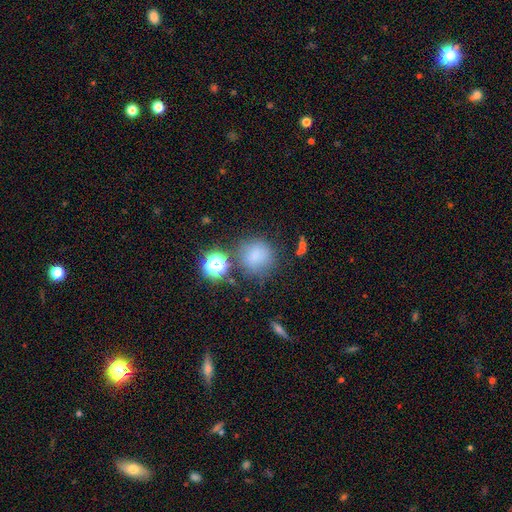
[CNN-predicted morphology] Smooth or featured?
  - smooth: 74% *
  - star or artifact: 18%
  - featured or disk: 9%
How rounded?
  - round: 89% *
  - in between: 10%
  - cigar-shaped: 1%
Merging?
  - none: 68% *
  - minor disturbance: 16%
  - merger: 9%
  - major disturbance: 7%